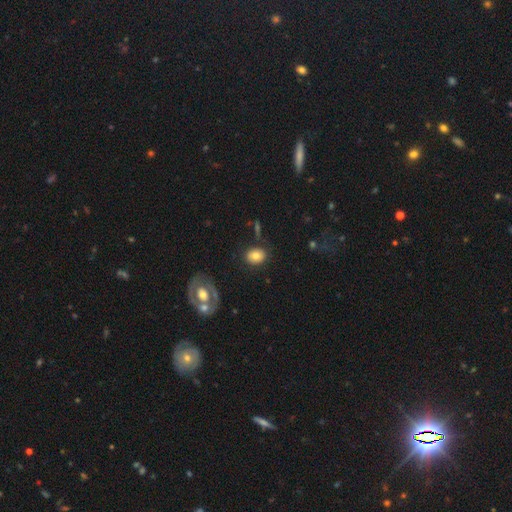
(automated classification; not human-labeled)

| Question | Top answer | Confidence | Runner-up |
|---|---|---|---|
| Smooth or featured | smooth | 75% | featured or disk (16%) |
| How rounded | in between | 58% | round (41%) |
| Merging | none | 79% | minor disturbance (11%) |